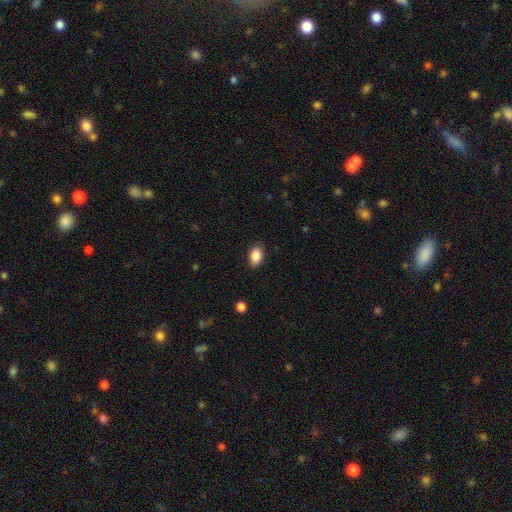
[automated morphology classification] Smooth or featured: smooth — 88% (star or artifact — 8%)
How rounded: in between — 87% (round — 12%)
Merging: none — 87% (minor disturbance — 10%)